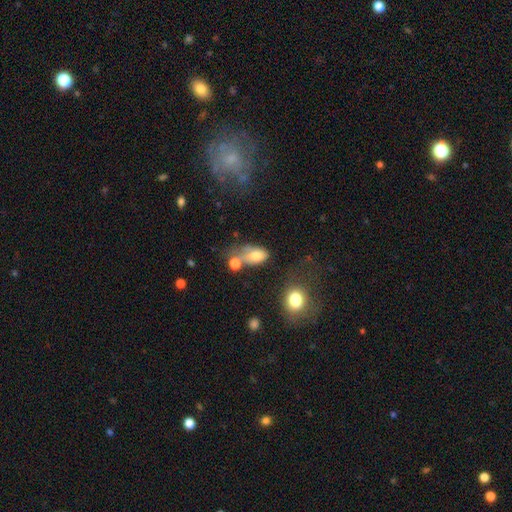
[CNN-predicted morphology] A smooth galaxy with no disk features (68%) that is in between round and cigar-shaped (86%). Merging: merger (32%).